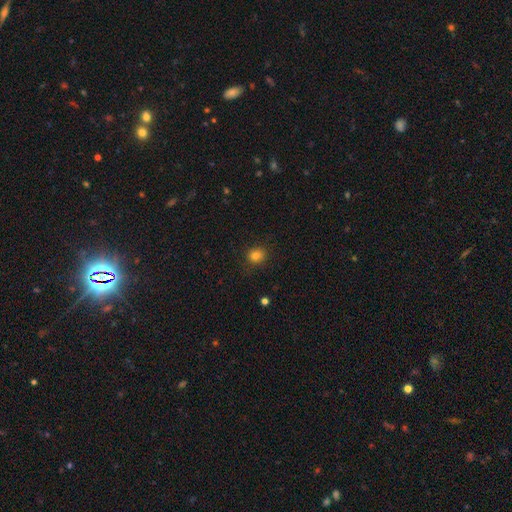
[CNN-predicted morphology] Smooth or featured: smooth — 81% (star or artifact — 13%)
How rounded: round — 80% (in between — 19%)
Merging: none — 87% (minor disturbance — 9%)